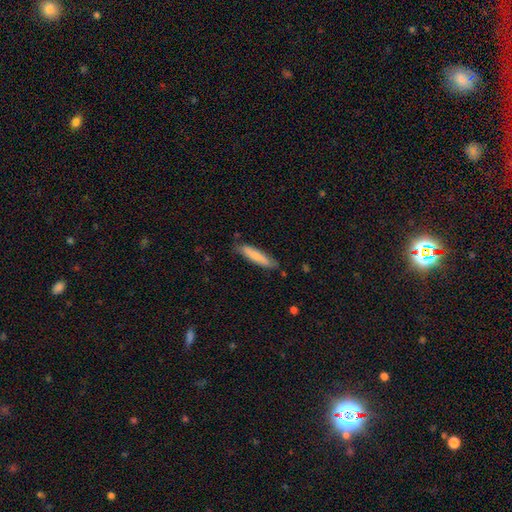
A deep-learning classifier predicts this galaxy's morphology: The model was most divided on "smooth or featured": smooth: 78%, featured or disk: 16%, star or artifact: 5%. More confident: how rounded — cigar-shaped (85%); merging — none (80%).